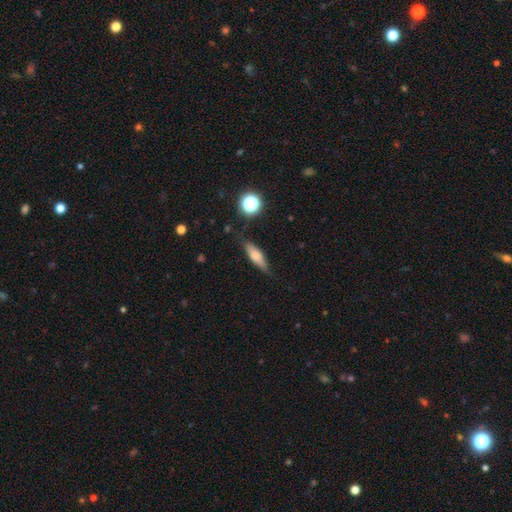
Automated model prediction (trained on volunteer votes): Smooth or featured? Predicted: smooth (p=0.63). How rounded? Predicted: cigar-shaped (p=0.55). Merging? Predicted: none (p=0.77).